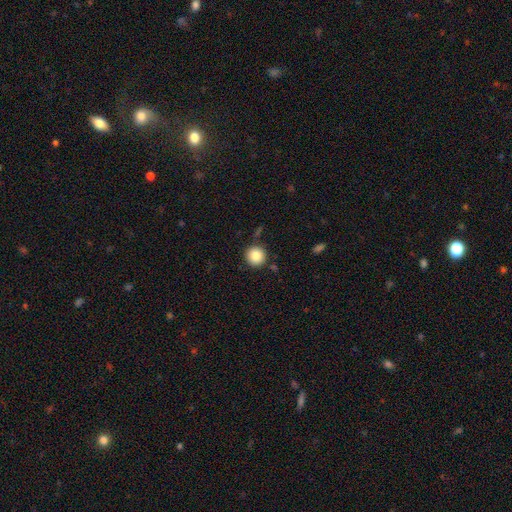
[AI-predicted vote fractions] Smooth or featured: smooth — 85% (star or artifact — 9%)
How rounded: round — 95% (in between — 4%)
Merging: none — 88% (minor disturbance — 7%)